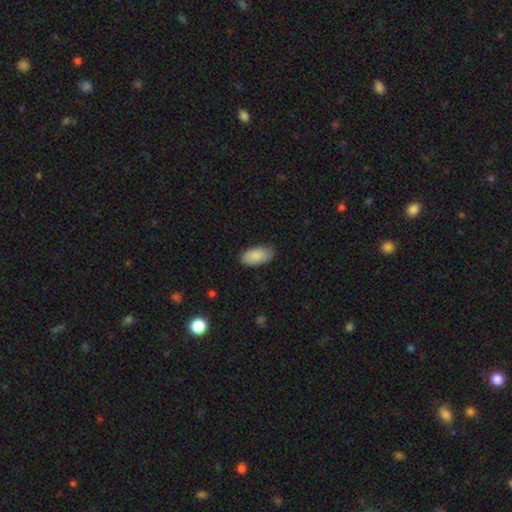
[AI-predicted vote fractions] smooth_or_featured: smooth (p=0.87) [alt: featured or disk p=0.07]
how_rounded: in between (p=0.95) [alt: cigar-shaped p=0.03]
merging: none (p=0.79) [alt: minor disturbance p=0.17]